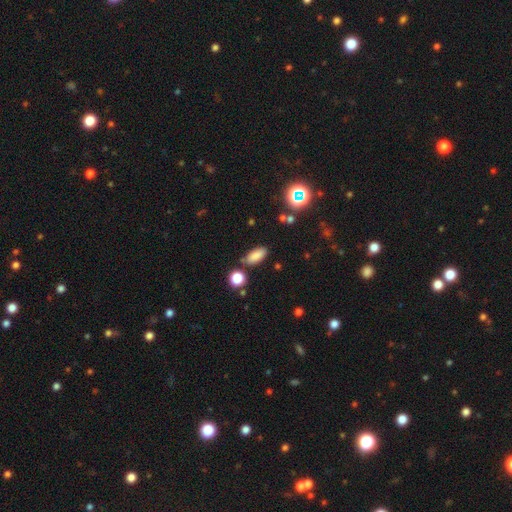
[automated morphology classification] smooth-or-featured: smooth: 82% | star or artifact: 11% | featured or disk: 6%
  how-rounded: in between: 84% | cigar-shaped: 11% | round: 4%
  merging: none: 78% | minor disturbance: 13% | merger: 6% | major disturbance: 3%